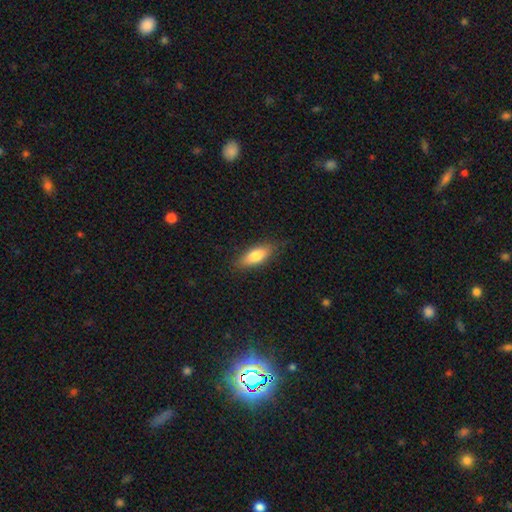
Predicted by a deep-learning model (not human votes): Morphology: type=smooth (78%); roundness=in between (72%); merging=none (82%).